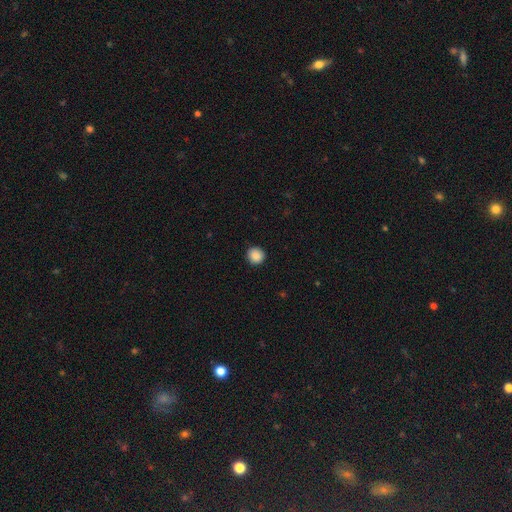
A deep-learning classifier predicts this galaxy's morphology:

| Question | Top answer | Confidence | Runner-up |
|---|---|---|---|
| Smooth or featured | smooth | 88% | star or artifact (9%) |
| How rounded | round | 93% | in between (6%) |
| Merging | none | 92% | minor disturbance (6%) |